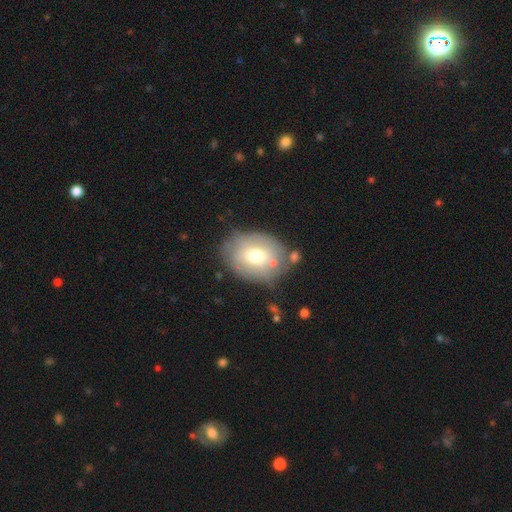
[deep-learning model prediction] This is likely a smooth galaxy (60%). How rounded: possibly in between (54%). Merging: likely none (69%).